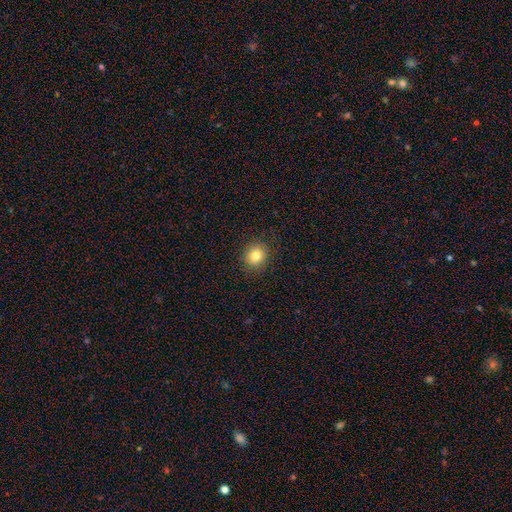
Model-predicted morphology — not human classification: Q: Smooth or featured?
A: smooth (81%); runner-up: star or artifact (11%)
Q: How rounded?
A: round (75%); runner-up: in between (25%)
Q: Merging?
A: none (88%); runner-up: minor disturbance (8%)